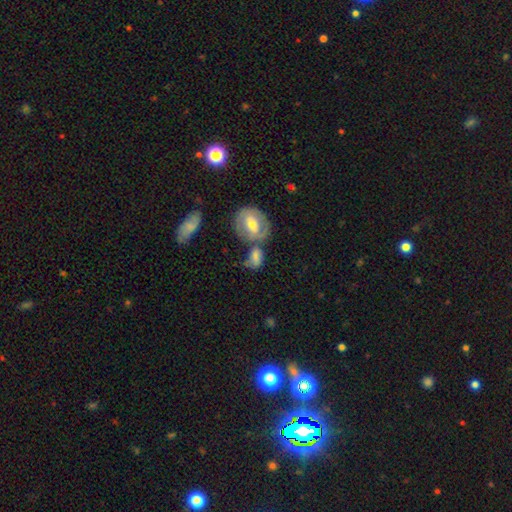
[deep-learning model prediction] Morphology: type=smooth (49%); merging=none (41%).